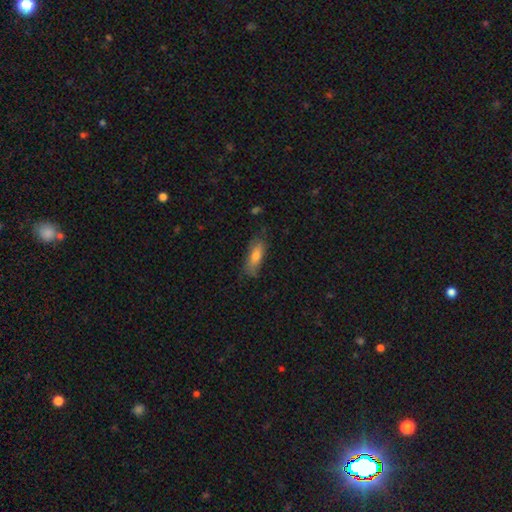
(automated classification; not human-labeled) Overall: smooth (73%). How rounded: in between (59%; cigar-shaped 38%). Merging: none (72%).